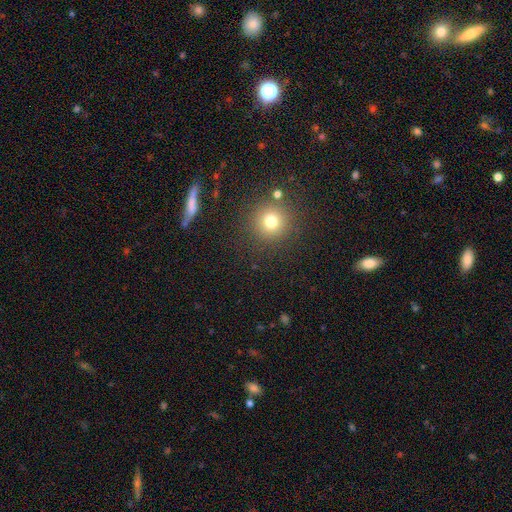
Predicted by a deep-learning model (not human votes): This appears to be a smooth galaxy with no disk features (57%) that is round (92%). Merging: none (89%).